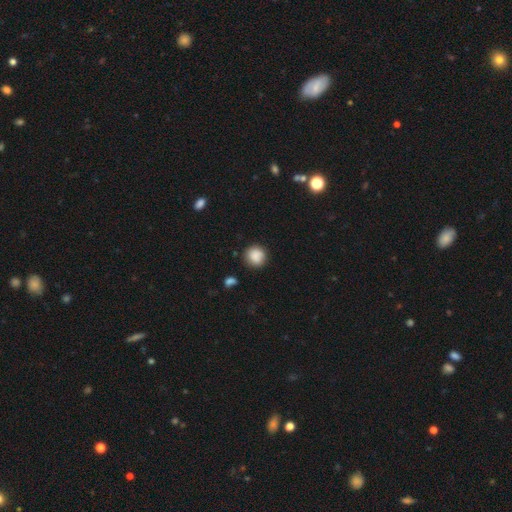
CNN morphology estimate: The model was most divided on "merging": none: 82%, minor disturbance: 13%, major disturbance: 3%, merger: 3%. More confident: how rounded — round (87%); smooth or featured — smooth (87%).